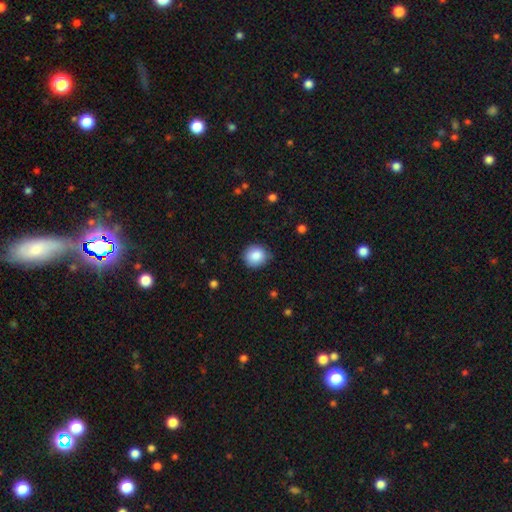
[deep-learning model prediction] This is clearly a smooth galaxy (87%). How rounded: clearly round (89%). Merging: clearly none (84%).